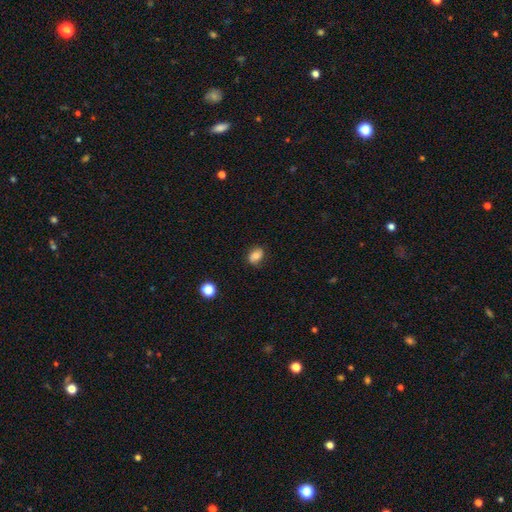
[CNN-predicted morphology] type=smooth (75%); roundness=in between (65%); merging=none (80%).